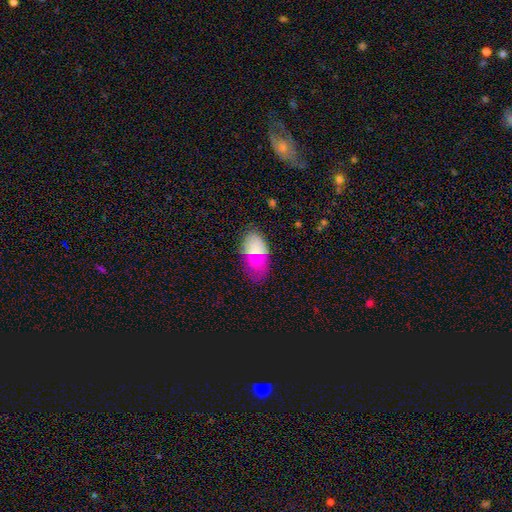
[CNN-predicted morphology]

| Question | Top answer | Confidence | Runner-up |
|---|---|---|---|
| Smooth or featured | smooth | 70% | star or artifact (18%) |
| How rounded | in between | 93% | round (5%) |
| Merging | none | 72% | minor disturbance (20%) |